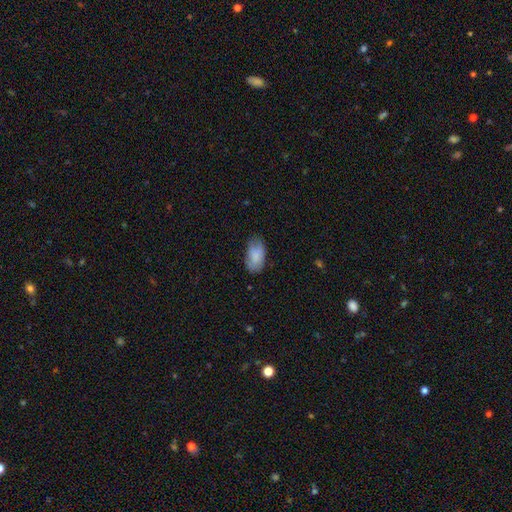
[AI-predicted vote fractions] A smooth galaxy with no disk features (82%) that is in between round and cigar-shaped (94%).

Vote fractions:
- Smooth or featured? smooth: 82% / featured or disk: 11% / star or artifact: 6%
- How rounded? in between: 94% / round: 4% / cigar-shaped: 2%
- Merging? none: 70% / minor disturbance: 24% / major disturbance: 5% / merger: 1%